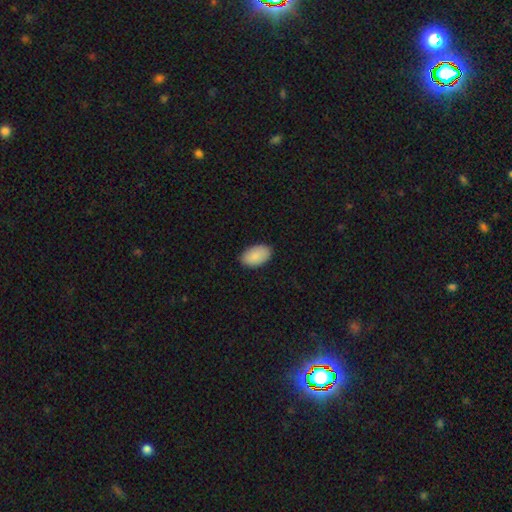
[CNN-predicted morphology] The model was most divided on "merging": none: 86%, minor disturbance: 11%, major disturbance: 2%, merger: 1%. More confident: how rounded — in between (94%); smooth or featured — smooth (89%).